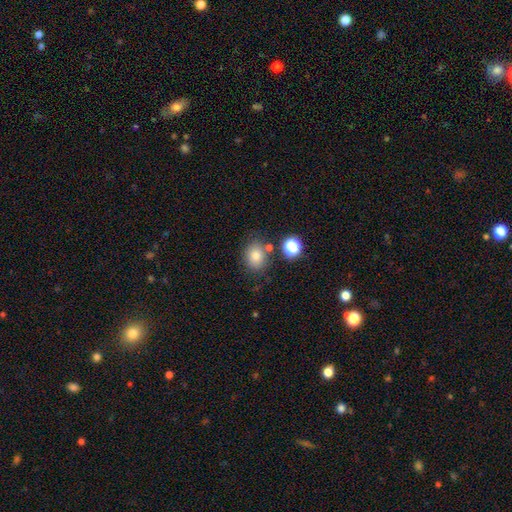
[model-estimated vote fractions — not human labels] smooth 78%, star or artifact 14%, featured or disk 8%. Down the decision tree: how rounded — round (62%); merging — none (73%).